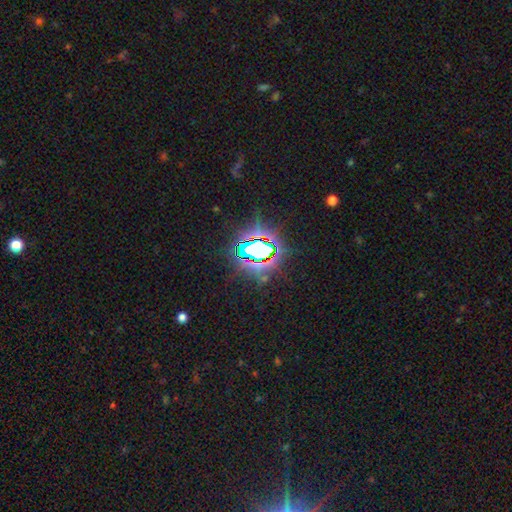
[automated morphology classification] The model was most divided on "smooth or featured": star or artifact: 76%, smooth: 13%, featured or disk: 11%.